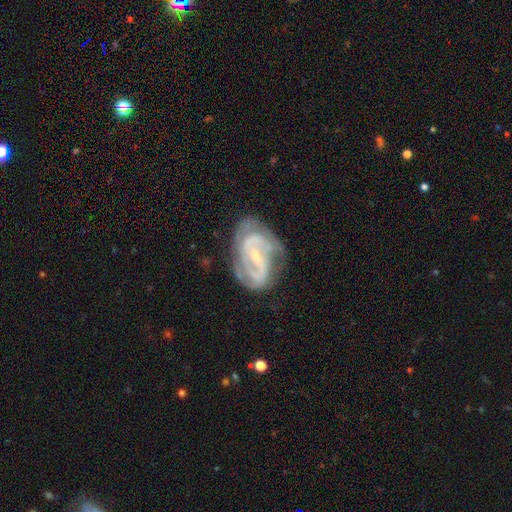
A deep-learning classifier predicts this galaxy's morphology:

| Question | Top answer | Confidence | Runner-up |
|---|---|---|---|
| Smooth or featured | featured or disk | 88% | smooth (6%) |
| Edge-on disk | no | 96% | yes (4%) |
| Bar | weak | 40% | strong (37%) |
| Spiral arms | yes | 96% | no (4%) |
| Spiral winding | tight | 46% | medium (43%) |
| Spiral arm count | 2 | 57% | 3 (16%) |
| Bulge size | small | 71% | moderate (25%) |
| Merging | none | 66% | minor disturbance (22%) |